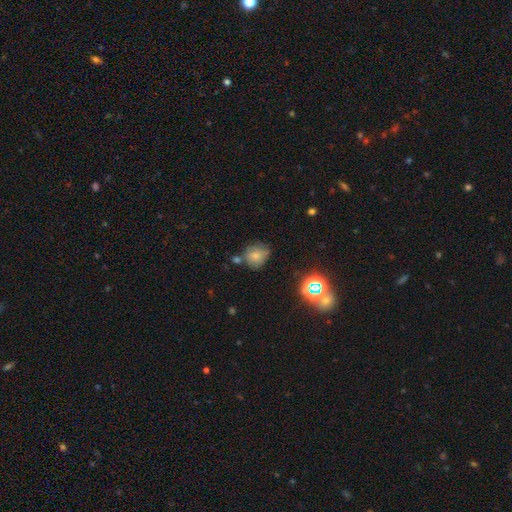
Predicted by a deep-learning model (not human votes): Smooth or featured: smooth — 71% (star or artifact — 16%)
How rounded: round — 75% (in between — 24%)
Merging: none — 57% (minor disturbance — 23%)